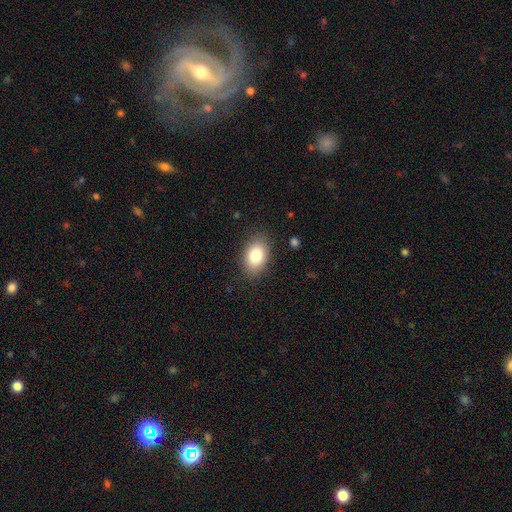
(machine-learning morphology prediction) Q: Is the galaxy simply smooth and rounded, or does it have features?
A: smooth — 83%.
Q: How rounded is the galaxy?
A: in between — 86%.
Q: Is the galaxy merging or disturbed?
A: none — 85%.